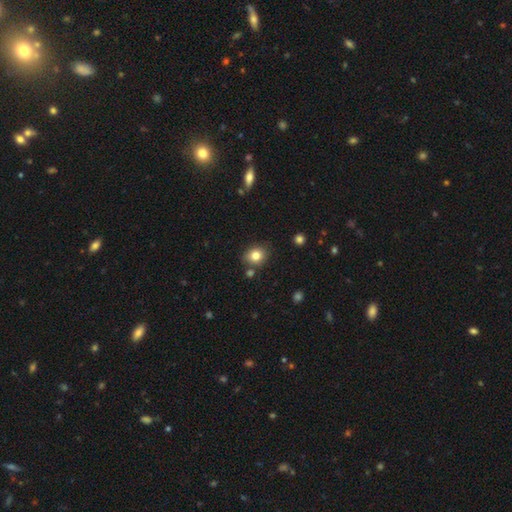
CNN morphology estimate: A smooth galaxy with no disk features (81%) that is round (68%).

Vote fractions:
- Smooth or featured? smooth: 81% / star or artifact: 11% / featured or disk: 8%
- How rounded? round: 68% / in between: 31% / cigar-shaped: 1%
- Merging? none: 79% / minor disturbance: 12% / merger: 6% / major disturbance: 3%